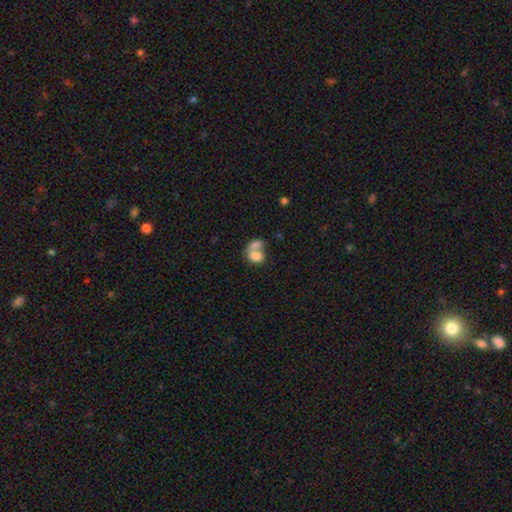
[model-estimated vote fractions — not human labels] Smooth or featured? Predicted: smooth (p=0.75). How rounded? Predicted: in between (p=0.63). Merging? Predicted: merger (p=0.70).